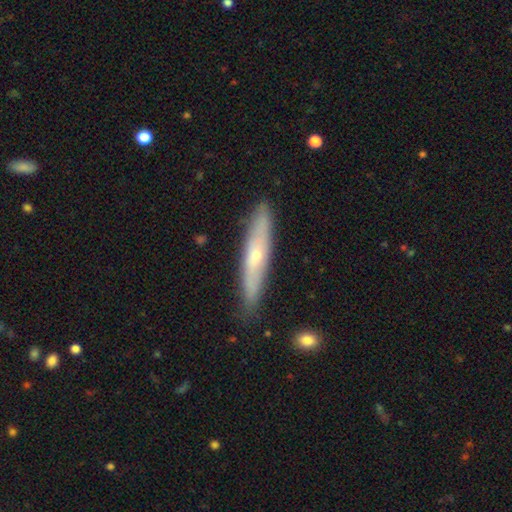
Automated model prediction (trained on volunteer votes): Overall: featured or disk (54%; smooth 40%). Edge-on disk: yes (76%). Merging: none (85%).